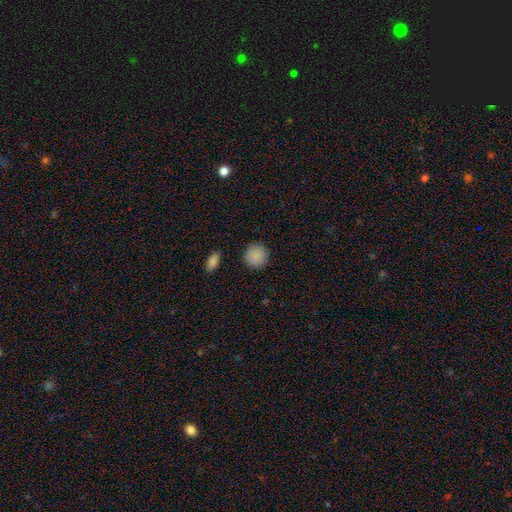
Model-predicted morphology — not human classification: A smooth galaxy with no disk features (88%) that is round (91%). Merging: none (90%).